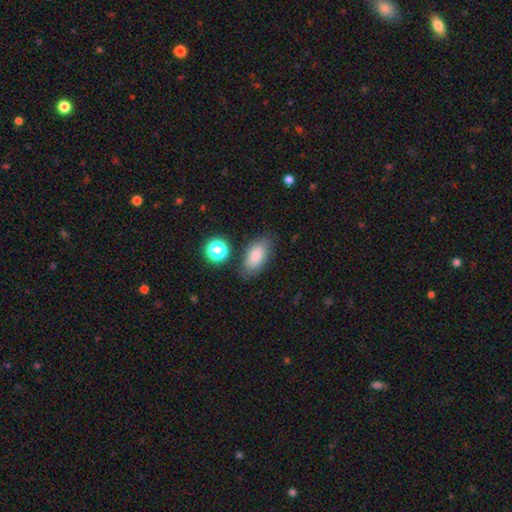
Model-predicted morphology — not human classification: smooth-or-featured: smooth: 81% | featured or disk: 11% | star or artifact: 9%
  how-rounded: in between: 91% | round: 5% | cigar-shaped: 3%
  merging: none: 74% | minor disturbance: 16% | merger: 5% | major disturbance: 5%